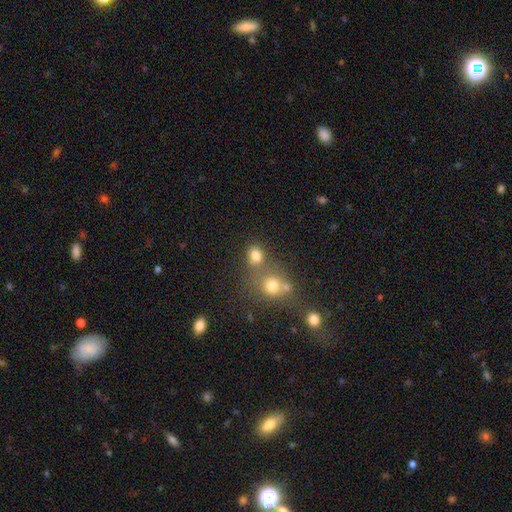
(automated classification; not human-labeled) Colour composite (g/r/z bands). It shows a smooth galaxy with no disk features (77%) that is round (66%). Merging: none (54%).